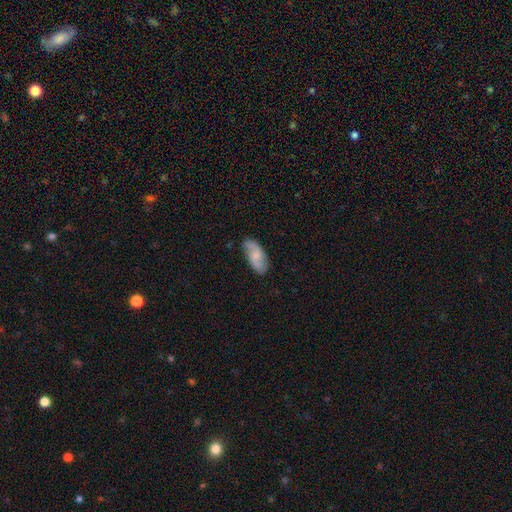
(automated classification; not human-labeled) A featured or disk galaxy (50%).

Vote fractions:
- Smooth or featured? featured or disk: 50% / smooth: 44% / star or artifact: 6%
- Merging? none: 75% / minor disturbance: 19% / major disturbance: 4% / merger: 2%